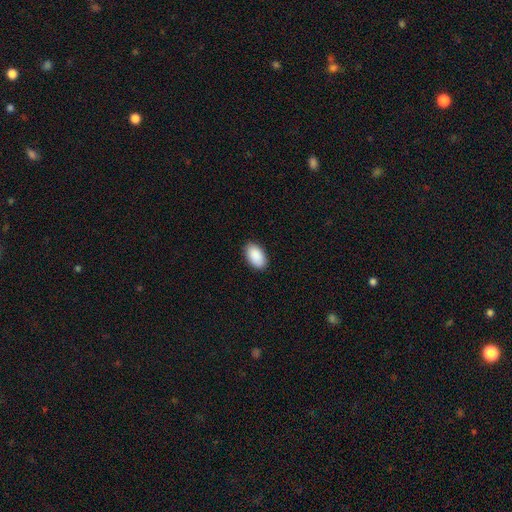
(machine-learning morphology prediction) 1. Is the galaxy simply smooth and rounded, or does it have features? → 91% smooth, 6% star or artifact, 3% featured or disk.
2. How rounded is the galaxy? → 95% in between, 4% round, 1% cigar-shaped.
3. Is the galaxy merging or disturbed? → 88% none, 9% minor disturbance, 2% major disturbance, 1% merger.